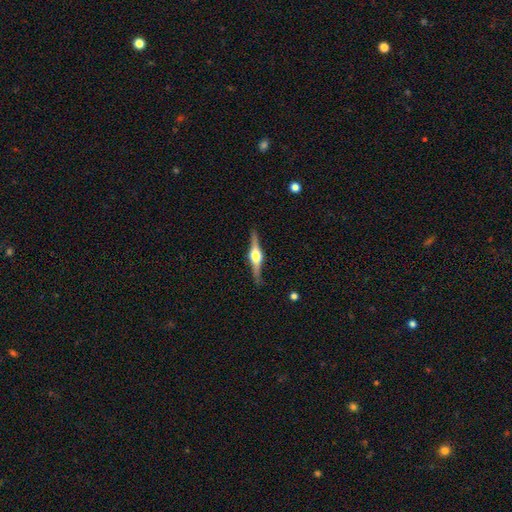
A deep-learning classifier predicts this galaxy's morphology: Smooth or featured? featured or disk (84%)
Edge-on disk? yes (98%)
Edge-on bulge? rounded (93%)
Merging? none (89%)